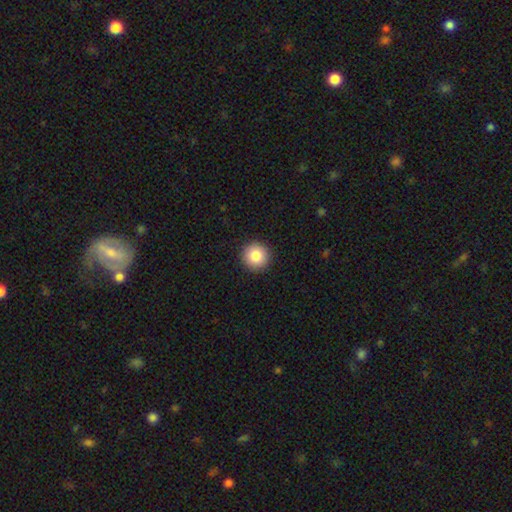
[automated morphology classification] Smooth or featured?
  - smooth: 84% *
  - star or artifact: 9%
  - featured or disk: 7%
How rounded?
  - round: 96% *
  - in between: 3%
  - cigar-shaped: 1%
Merging?
  - none: 93% *
  - minor disturbance: 5%
  - major disturbance: 1%
  - merger: 1%